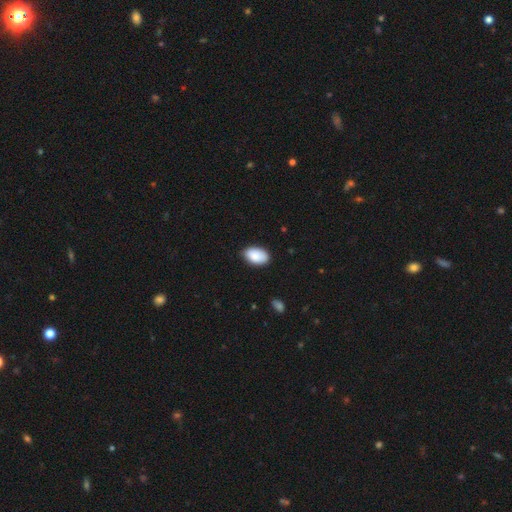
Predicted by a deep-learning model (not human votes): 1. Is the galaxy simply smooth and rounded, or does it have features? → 89% smooth, 6% star or artifact, 5% featured or disk.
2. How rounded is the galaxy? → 93% in between, 6% round, 1% cigar-shaped.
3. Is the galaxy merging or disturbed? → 81% none, 16% minor disturbance, 2% major disturbance, 1% merger.